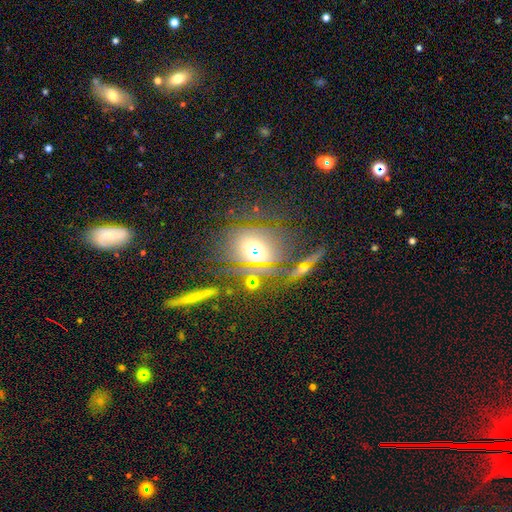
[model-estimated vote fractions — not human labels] Smooth or featured? star or artifact (37%, tied with smooth)